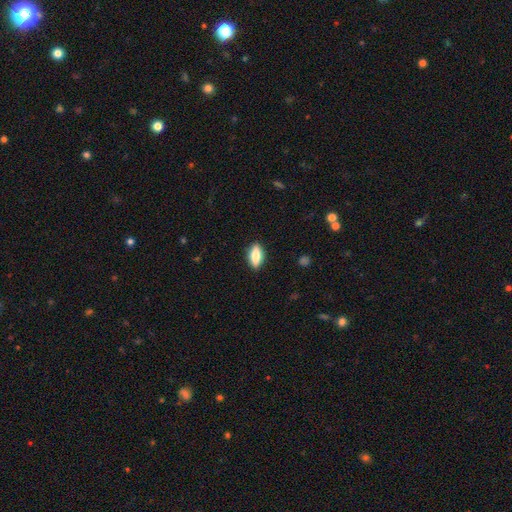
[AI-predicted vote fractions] A smooth galaxy with no disk features (77%) that is in between round and cigar-shaped (80%).

Vote fractions:
- Smooth or featured? smooth: 77% / featured or disk: 17% / star or artifact: 7%
- How rounded? in between: 80% / cigar-shaped: 17% / round: 3%
- Merging? none: 87% / minor disturbance: 10% / major disturbance: 2% / merger: 1%